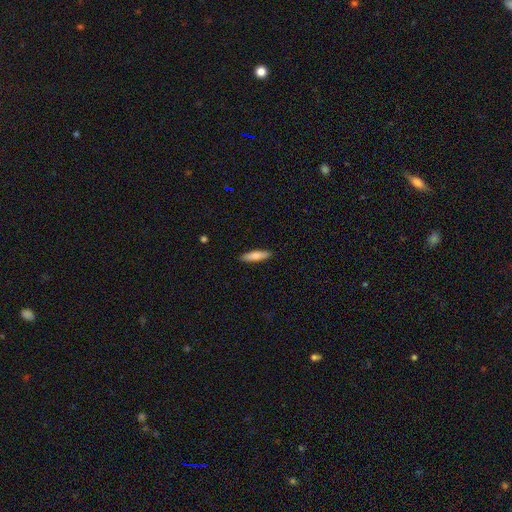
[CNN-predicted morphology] smooth_or_featured: smooth (p=0.78) [alt: featured or disk p=0.16]
how_rounded: cigar-shaped (p=0.76) [alt: in between p=0.22]
merging: none (p=0.90) [alt: minor disturbance p=0.08]